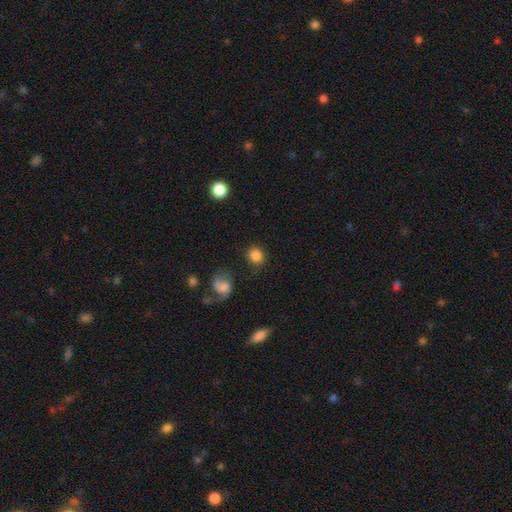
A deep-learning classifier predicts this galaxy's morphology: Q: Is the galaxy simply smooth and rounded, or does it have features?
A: smooth — 83%.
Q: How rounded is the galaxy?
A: round — 80%.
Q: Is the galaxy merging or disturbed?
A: none — 81%.